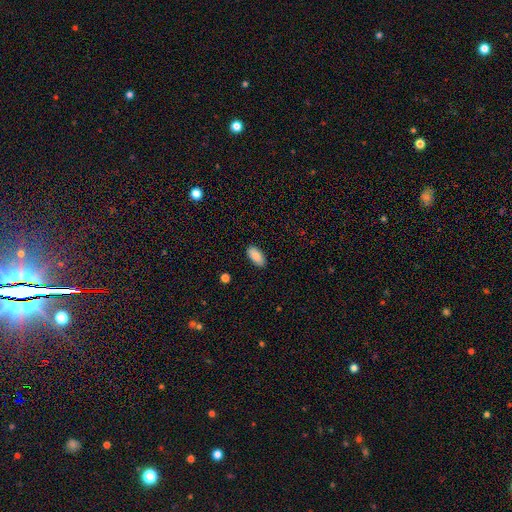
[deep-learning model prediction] This appears to be a smooth galaxy with no disk features (89%) that is in between round and cigar-shaped (91%). Merging: none (89%).